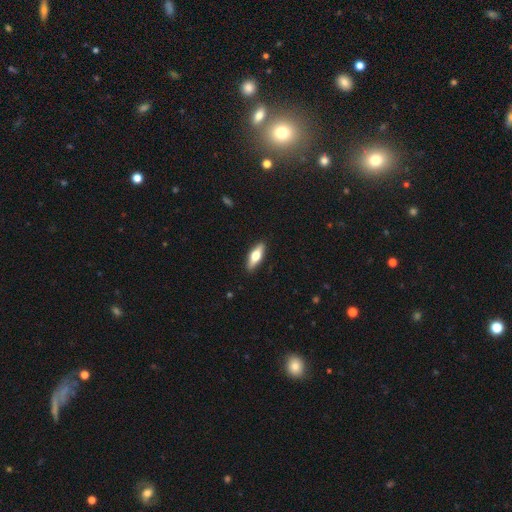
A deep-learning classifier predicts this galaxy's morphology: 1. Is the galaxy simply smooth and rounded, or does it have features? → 54% smooth, 41% featured or disk, 6% star or artifact.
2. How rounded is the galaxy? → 54% in between, 43% cigar-shaped, 3% round.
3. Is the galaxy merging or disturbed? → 89% none, 8% minor disturbance, 2% major disturbance, 1% merger.